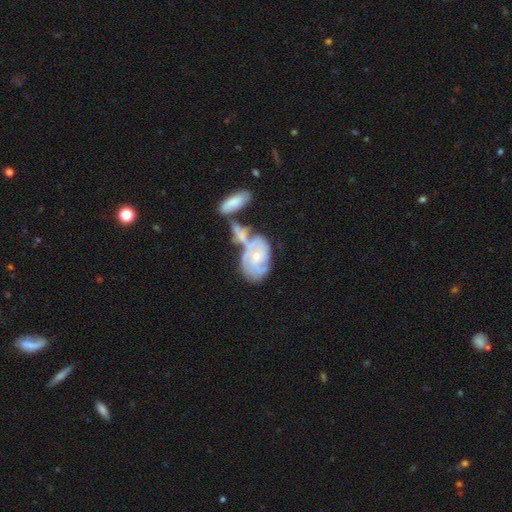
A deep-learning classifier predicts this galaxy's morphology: Overall: featured or disk (72%). Edge-on disk: no (95%). Bar: no (79%). Spiral arms: yes (81%). Spiral arm count: can't tell (51%; 3 16%). Spiral winding: tight (62%; medium 28%). Bulge size: small (65%; moderate 31%). Merging: merger (43%; none 30%).